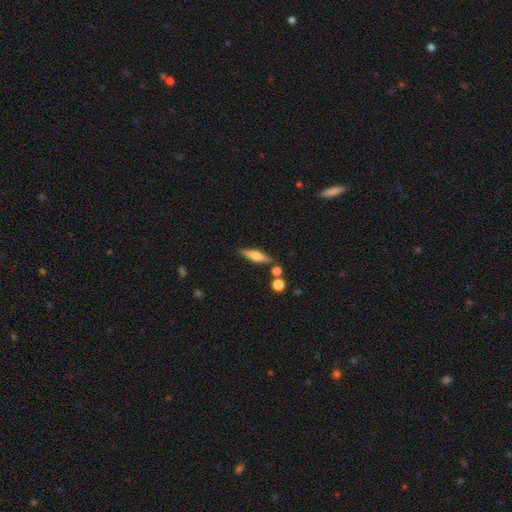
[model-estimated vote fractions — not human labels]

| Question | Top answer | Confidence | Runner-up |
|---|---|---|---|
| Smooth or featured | smooth | 50% | featured or disk (43%) |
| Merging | none | 78% | minor disturbance (11%) |